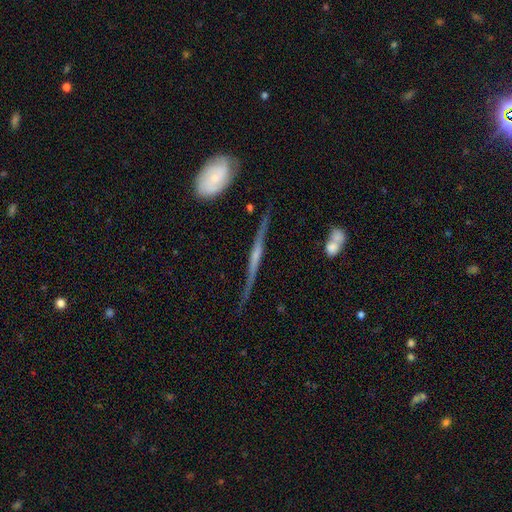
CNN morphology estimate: smooth-or-featured: featured or disk: 82% | smooth: 11% | star or artifact: 7%
  disk-edge-on: yes: 91% | no: 9%
    edge-on-bulge: rounded: 51% | none: 25% | boxy: 23%
  merging: none: 71% | minor disturbance: 17% | major disturbance: 8% | merger: 3%